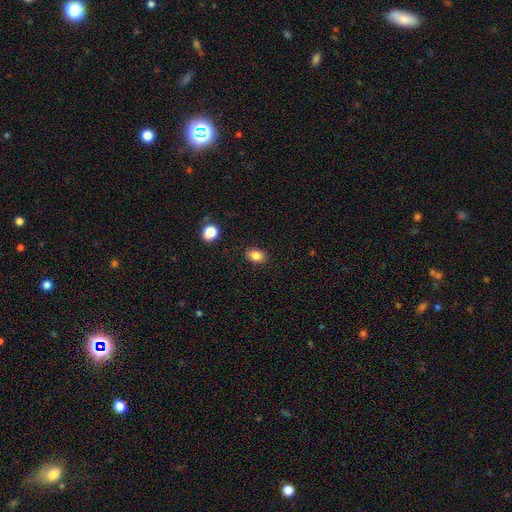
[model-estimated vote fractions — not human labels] Q: Smooth or featured?
A: smooth (84%); runner-up: star or artifact (10%)
Q: How rounded?
A: in between (77%); runner-up: round (22%)
Q: Merging?
A: none (88%); runner-up: minor disturbance (9%)